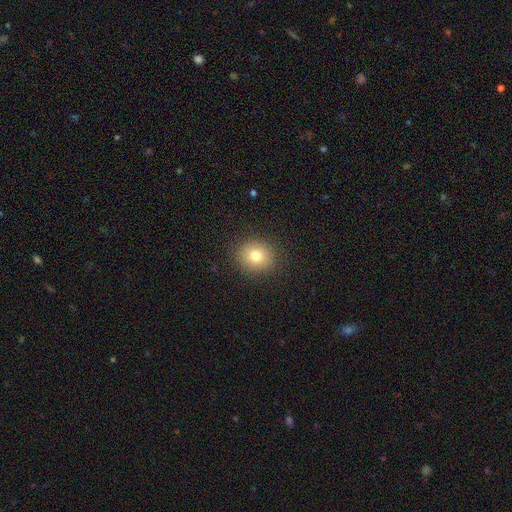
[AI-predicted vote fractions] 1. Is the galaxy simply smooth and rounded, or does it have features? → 77% smooth, 12% star or artifact, 11% featured or disk.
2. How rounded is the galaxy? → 78% round, 21% in between, 1% cigar-shaped.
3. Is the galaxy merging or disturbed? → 89% none, 7% minor disturbance, 3% major disturbance, 1% merger.